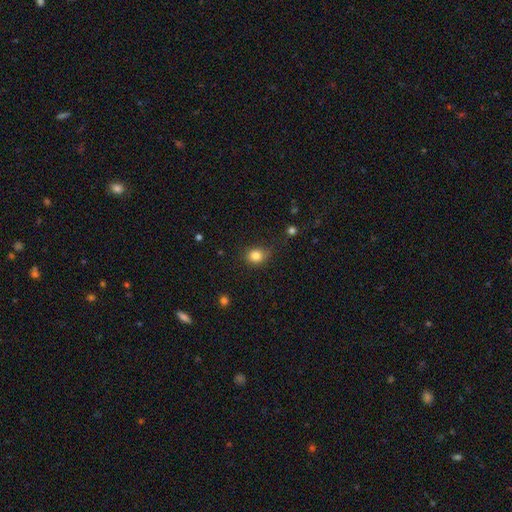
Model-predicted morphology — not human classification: type=smooth (83%); roundness=round (64%); merging=none (73%).